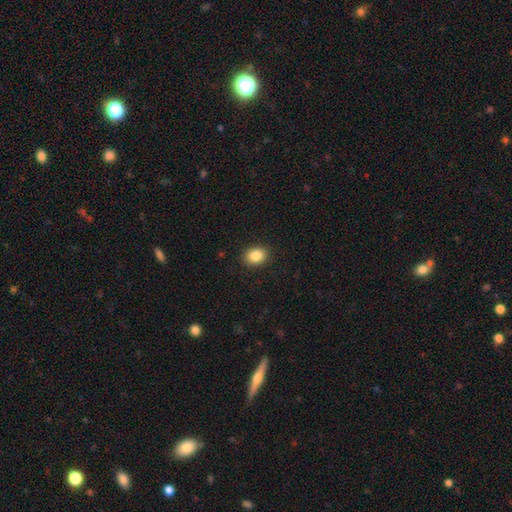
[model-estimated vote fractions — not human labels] This is clearly a smooth galaxy (85%). How rounded: possibly in between (56%). Merging: clearly none (90%).